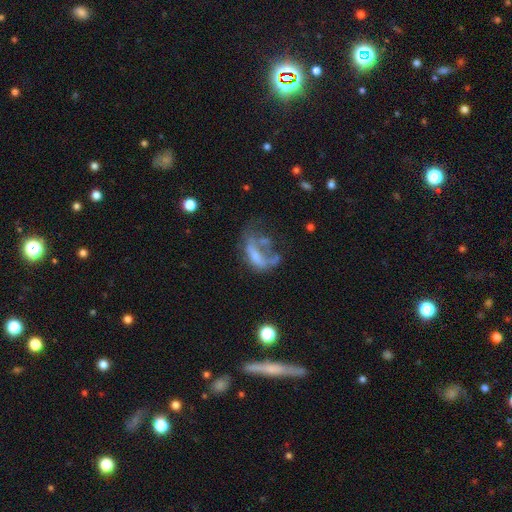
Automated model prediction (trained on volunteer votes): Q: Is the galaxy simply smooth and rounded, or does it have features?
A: featured or disk — 52%.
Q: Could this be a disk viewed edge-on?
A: no — 94%.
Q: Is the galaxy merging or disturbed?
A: major disturbance — 47%.